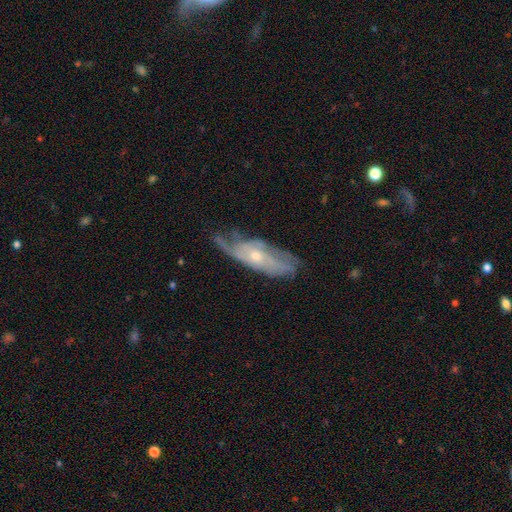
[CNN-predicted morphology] Smooth or featured? featured or disk (76%)
Edge-on disk? no (80%)
Bar? no (73%)
Spiral arms? yes (84%)
Spiral winding? tight (42%)
Spiral arm count? can't tell (44%)
Bulge size? small (54%)
Merging? none (52%)